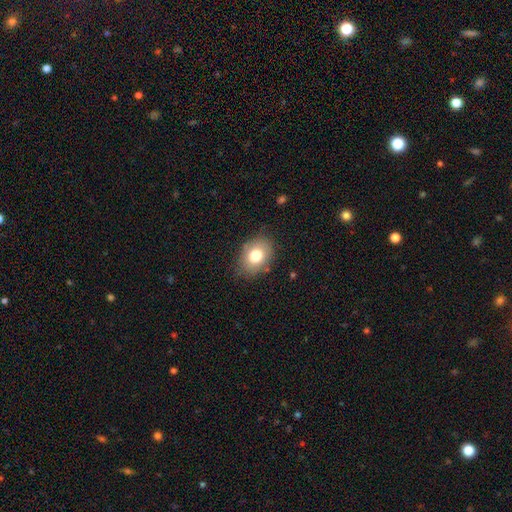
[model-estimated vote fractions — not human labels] The model was most divided on "how rounded": in between: 72%, round: 28%, cigar-shaped: 1%. More confident: merging — none (78%); smooth or featured — smooth (77%).